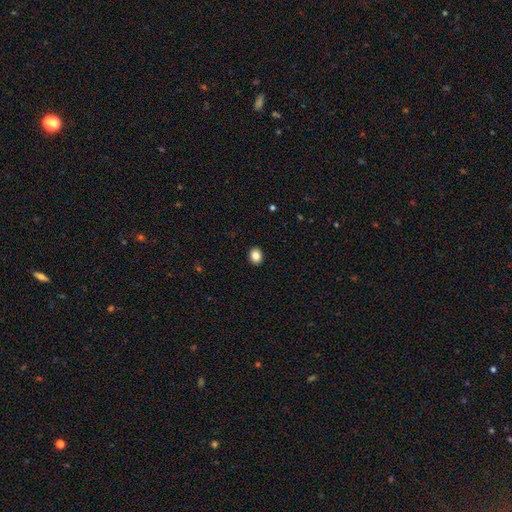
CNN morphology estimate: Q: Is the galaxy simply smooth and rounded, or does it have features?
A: smooth — 85%.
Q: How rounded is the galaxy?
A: round — 55%.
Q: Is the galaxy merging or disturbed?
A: none — 92%.